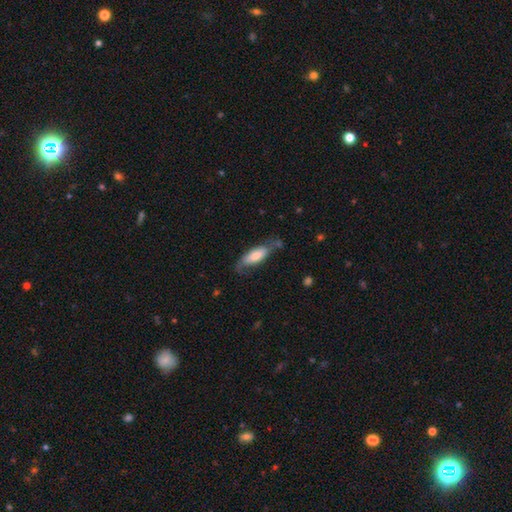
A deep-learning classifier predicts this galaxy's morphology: type=smooth (63%); roundness=in between (68%); merging=none (57%).